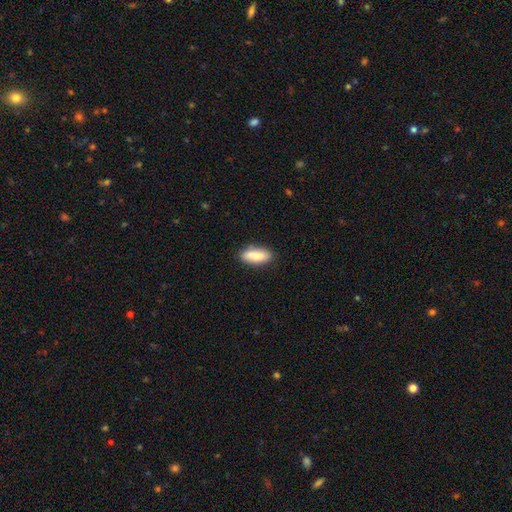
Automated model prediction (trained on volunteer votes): smooth_or_featured: smooth (p=0.85) [alt: featured or disk p=0.09]
how_rounded: in between (p=0.73) [alt: cigar-shaped p=0.25]
merging: none (p=0.83) [alt: minor disturbance p=0.13]